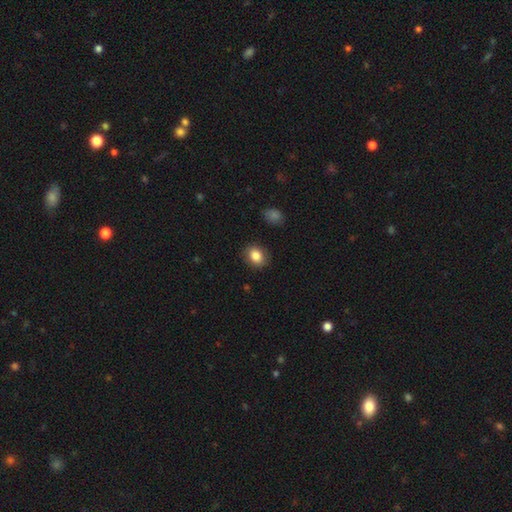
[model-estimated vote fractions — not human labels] A smooth galaxy with no disk features (85%) that is round (52%). Merging: none (87%).